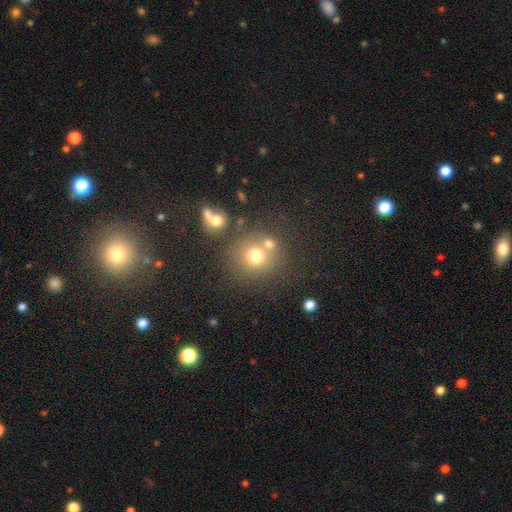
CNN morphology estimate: Smooth or featured: smooth — 72% (star or artifact — 16%)
How rounded: round — 88% (in between — 11%)
Merging: none — 62% (merger — 23%)